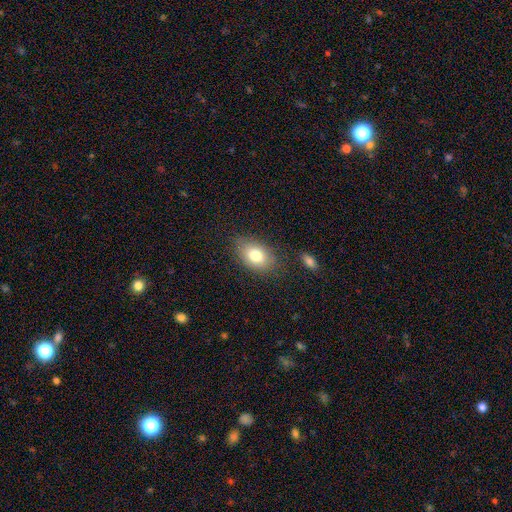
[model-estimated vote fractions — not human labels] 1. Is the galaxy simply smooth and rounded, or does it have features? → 77% smooth, 14% featured or disk, 9% star or artifact.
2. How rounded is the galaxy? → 85% in between, 14% round, 1% cigar-shaped.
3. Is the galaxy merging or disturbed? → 78% none, 15% minor disturbance, 4% major disturbance, 3% merger.